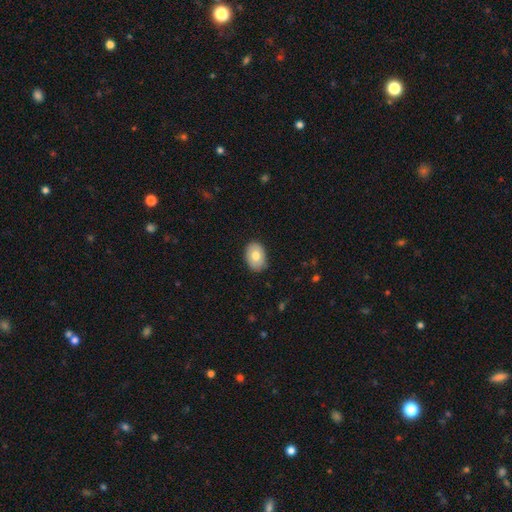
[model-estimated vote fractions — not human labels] This is likely a smooth galaxy (76%). How rounded: likely in between (79%). Merging: clearly none (86%).